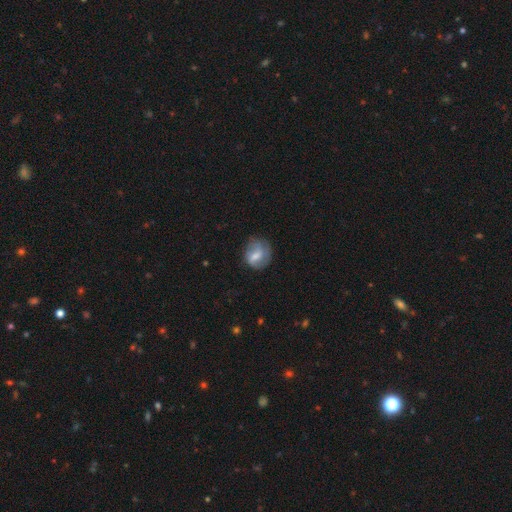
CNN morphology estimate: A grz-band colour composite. It shows a smooth galaxy with no disk features (54%) that is round (68%). Merging: none (60%).